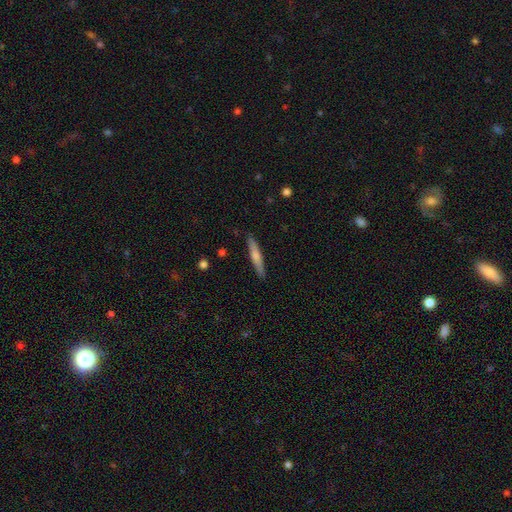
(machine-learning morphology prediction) smooth 63%, featured or disk 32%, star or artifact 5%. Down the decision tree: how rounded — cigar-shaped (92%); merging — none (89%).